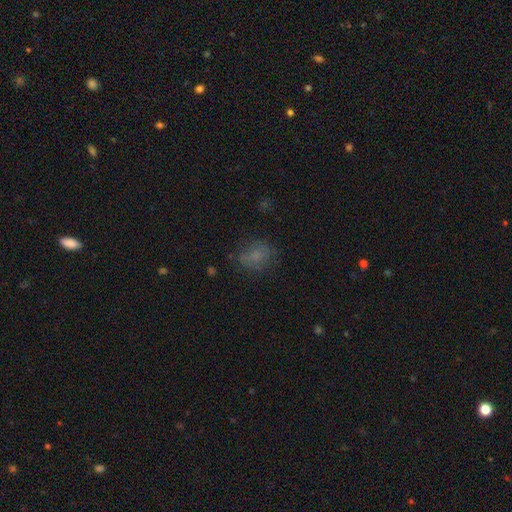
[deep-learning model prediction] smooth_or_featured: smooth (p=0.68) [alt: star or artifact p=0.17]
how_rounded: in between (p=0.54) [alt: round p=0.44]
merging: none (p=0.68) [alt: minor disturbance p=0.20]